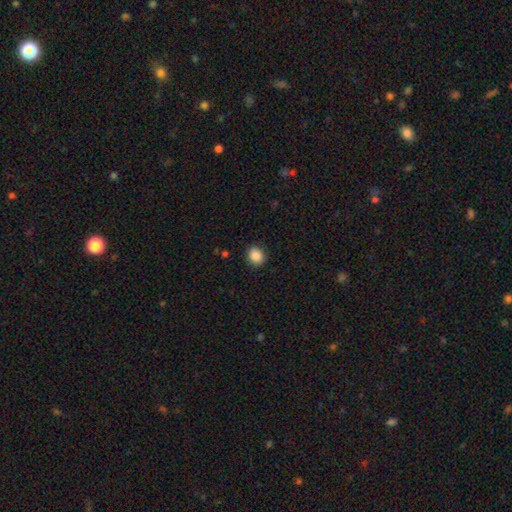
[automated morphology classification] Smooth or featured?
  - smooth: 89% *
  - star or artifact: 9%
  - featured or disk: 3%
How rounded?
  - round: 71% *
  - in between: 28%
  - cigar-shaped: 1%
Merging?
  - none: 87% *
  - minor disturbance: 9%
  - major disturbance: 2%
  - merger: 1%